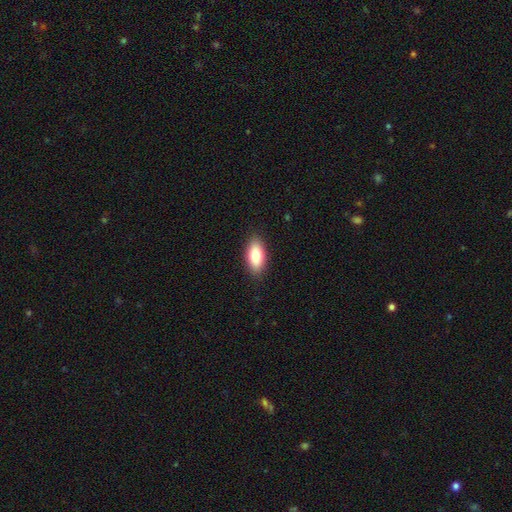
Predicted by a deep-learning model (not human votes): Smooth or featured: smooth — 80% (featured or disk — 14%)
How rounded: in between — 88% (cigar-shaped — 9%)
Merging: none — 89% (minor disturbance — 8%)